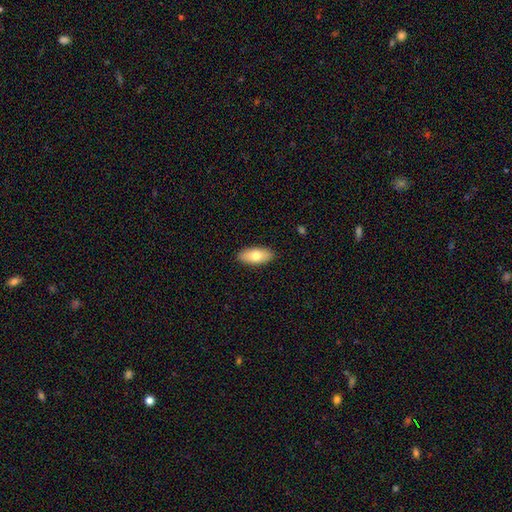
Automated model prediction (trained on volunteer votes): This appears to be a smooth galaxy with no disk features (74%) that is in between round and cigar-shaped (87%). Merging: none (90%).